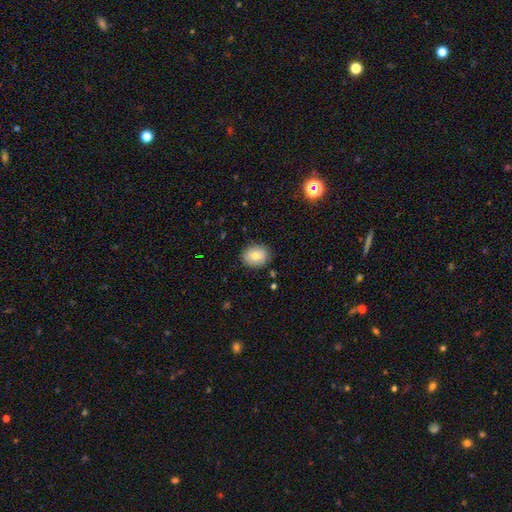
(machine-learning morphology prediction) Overall: smooth (77%). How rounded: round (57%; in between 42%). Merging: none (86%).